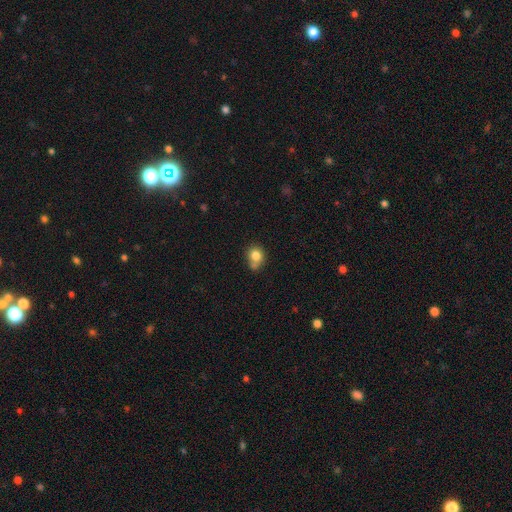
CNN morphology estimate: The model was most divided on "merging": none: 50%, merger: 23%, minor disturbance: 21%, major disturbance: 6%. More confident: smooth or featured — smooth (80%); how rounded — round (74%).